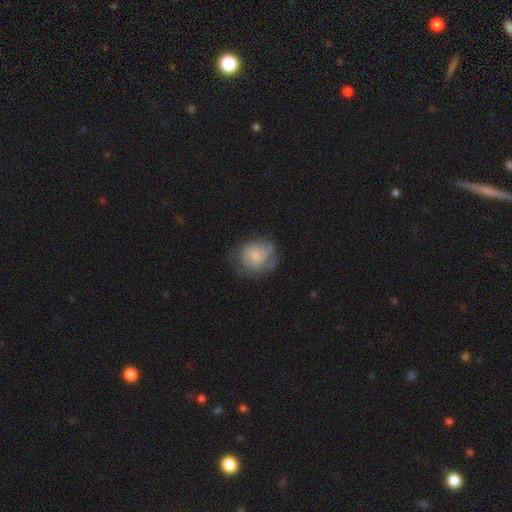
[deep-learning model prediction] A smooth galaxy with no disk features (62%) that is round (74%). Merging: none (55%).